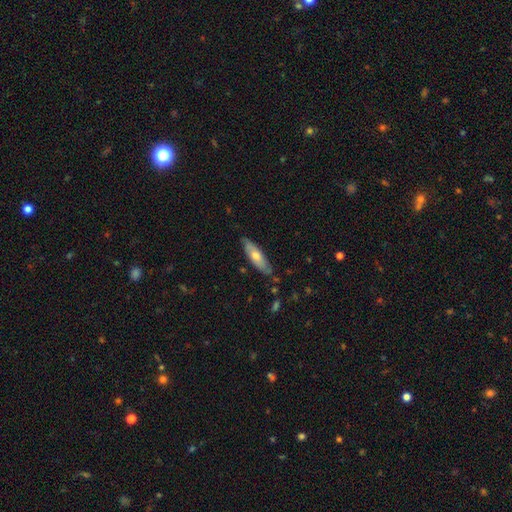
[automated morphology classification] type=smooth (53%); roundness=cigar-shaped (53%); merging=none (78%).